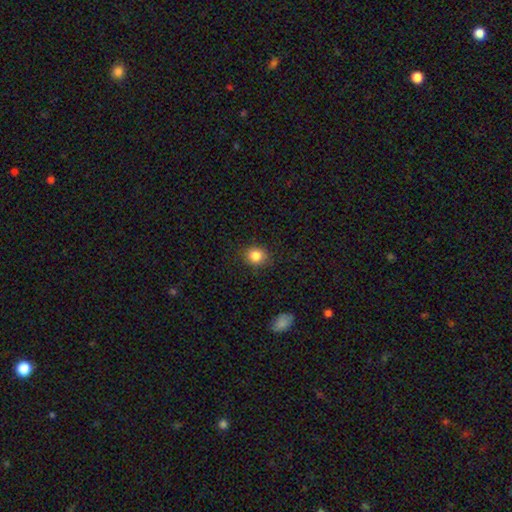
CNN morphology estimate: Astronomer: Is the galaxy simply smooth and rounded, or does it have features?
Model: smooth — 85%.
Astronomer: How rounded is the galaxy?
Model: round — 72%.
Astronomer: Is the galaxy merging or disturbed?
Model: none — 87%.